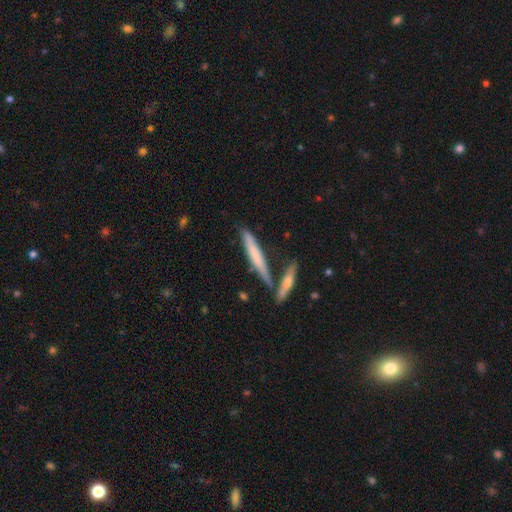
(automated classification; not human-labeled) Smooth or featured?
  - smooth: 61% *
  - featured or disk: 33%
  - star or artifact: 6%
How rounded?
  - cigar-shaped: 92% *
  - in between: 6%
  - round: 2%
Merging?
  - none: 70% *
  - merger: 14%
  - minor disturbance: 13%
  - major disturbance: 3%